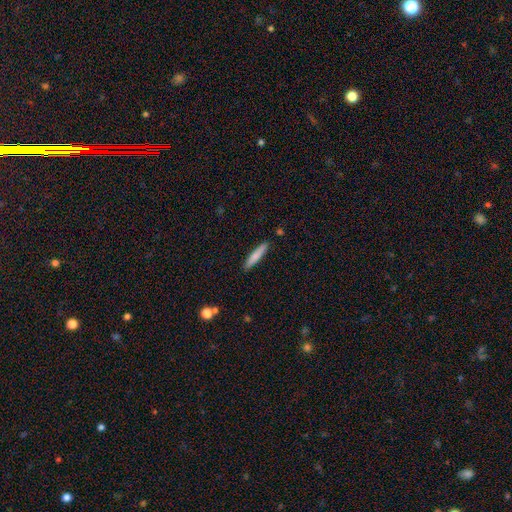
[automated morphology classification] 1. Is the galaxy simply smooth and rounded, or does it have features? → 78% smooth, 16% featured or disk, 6% star or artifact.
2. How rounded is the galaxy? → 90% cigar-shaped, 8% in between, 1% round.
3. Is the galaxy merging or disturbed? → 90% none, 7% minor disturbance, 2% major disturbance, 1% merger.